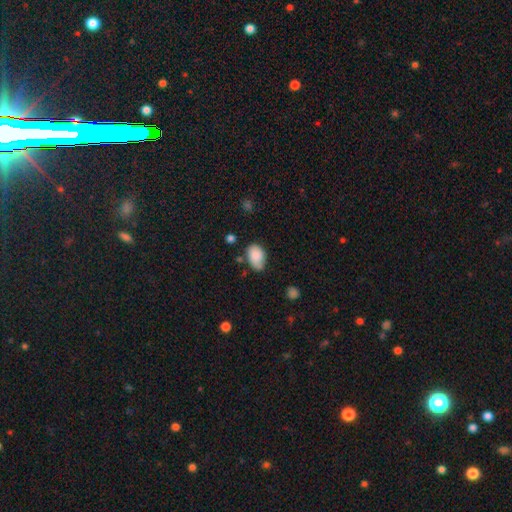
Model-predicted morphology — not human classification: Smooth or featured?
  - smooth: 85% *
  - featured or disk: 8%
  - star or artifact: 7%
How rounded?
  - in between: 87% *
  - round: 11%
  - cigar-shaped: 1%
Merging?
  - none: 55% *
  - minor disturbance: 33%
  - major disturbance: 7%
  - merger: 5%